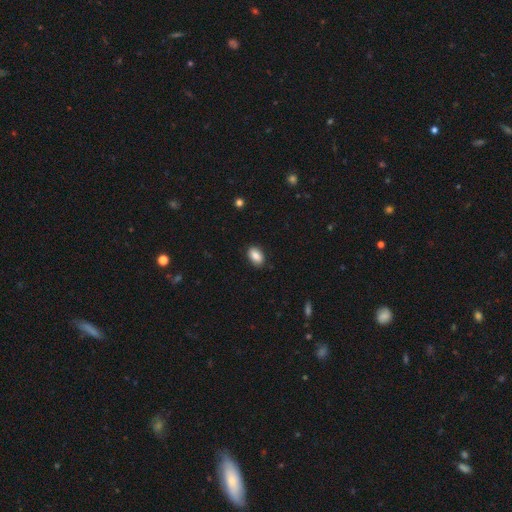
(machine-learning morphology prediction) Overall: smooth (87%). How rounded: in between (90%). Merging: none (88%).